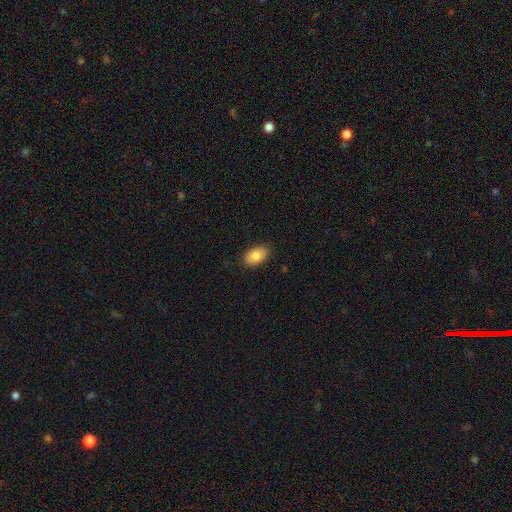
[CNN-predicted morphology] Smooth or featured?
  - smooth: 84% *
  - featured or disk: 9%
  - star or artifact: 7%
How rounded?
  - in between: 92% *
  - round: 7%
  - cigar-shaped: 2%
Merging?
  - none: 87% *
  - minor disturbance: 10%
  - major disturbance: 2%
  - merger: 1%